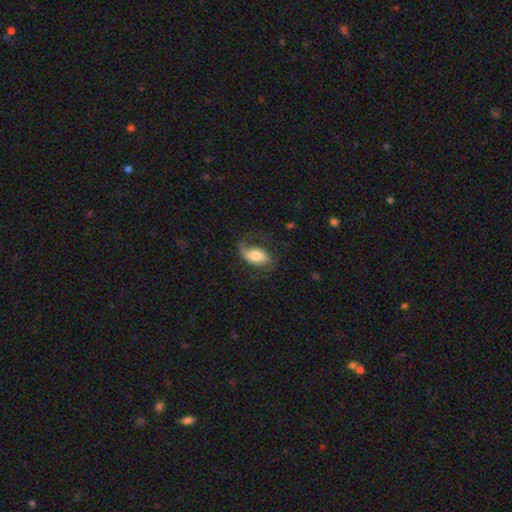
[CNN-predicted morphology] type=smooth (49%); merging=none (56%).